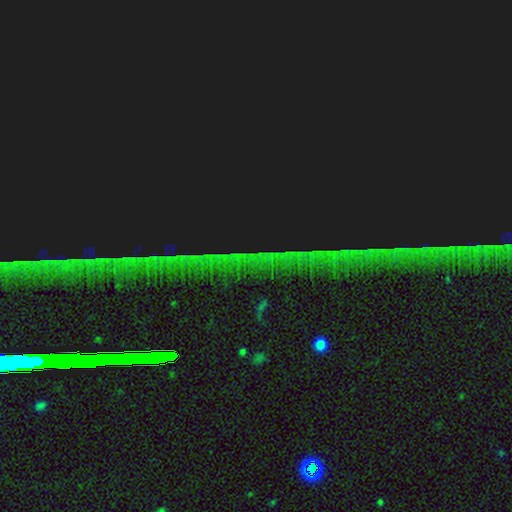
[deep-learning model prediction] Morphology: type=star or artifact (87%).